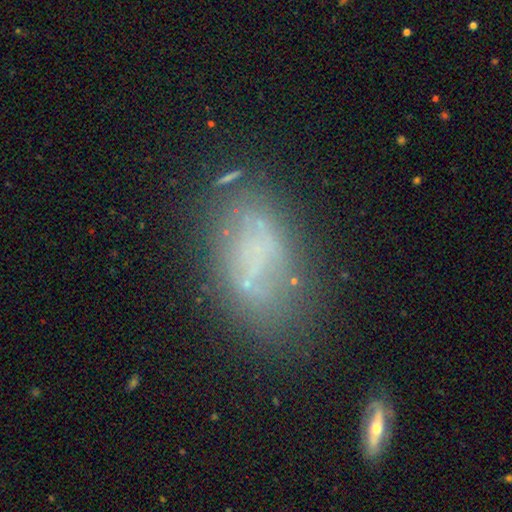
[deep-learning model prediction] This appears to be a featured or disk galaxy (43%). Merging: none (54%).